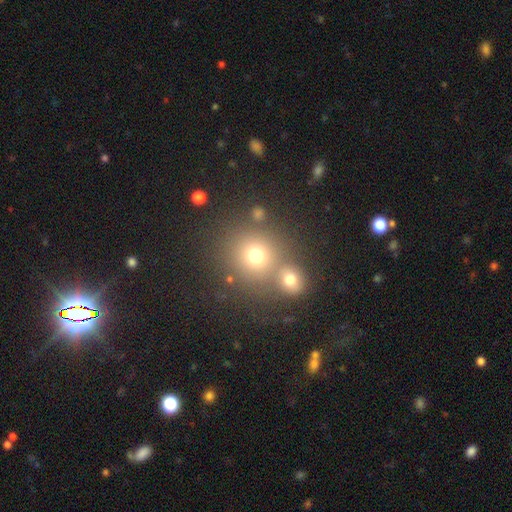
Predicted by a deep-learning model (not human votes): Overall: smooth (71%). How rounded: round (87%). Merging: none (58%; merger 30%).